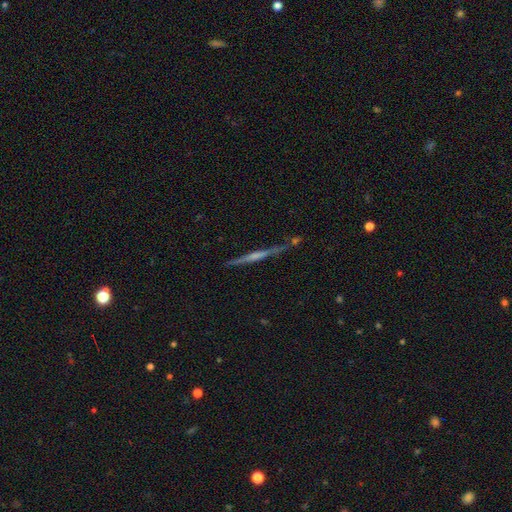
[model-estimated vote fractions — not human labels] This is likely a featured or disk galaxy (70%). It is clearly viewed edge-on (97%). Edge-on bulge: possibly none (47%). Merging: clearly none (81%).